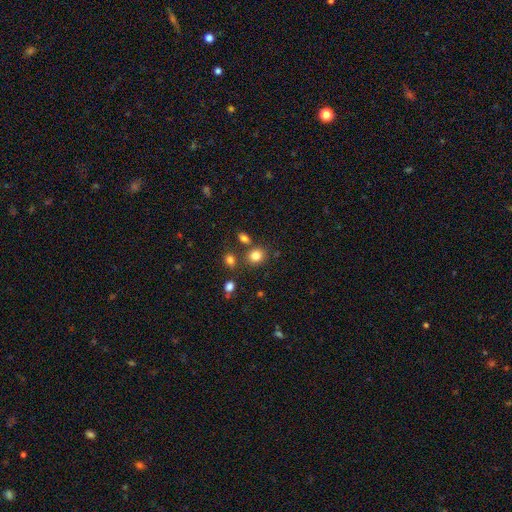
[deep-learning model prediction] Smooth or featured? smooth (81%)
How rounded? round (71%)
Merging? none (74%)